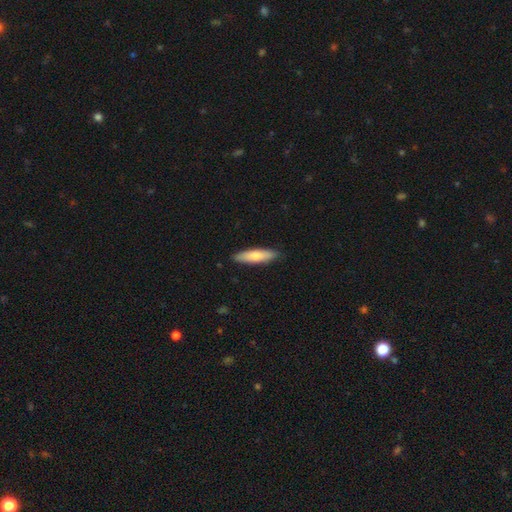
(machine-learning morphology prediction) A smooth galaxy with no disk features (73%) that is cigar-shaped (68%).

Vote fractions:
- Smooth or featured? smooth: 73% / featured or disk: 22% / star or artifact: 5%
- How rounded? cigar-shaped: 68% / in between: 30% / round: 2%
- Merging? none: 88% / minor disturbance: 9% / major disturbance: 2% / merger: 1%